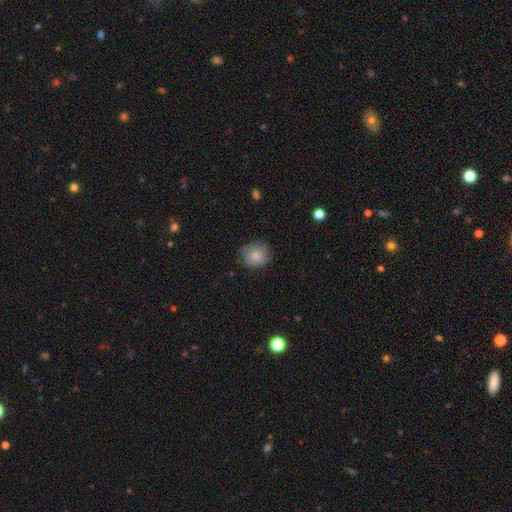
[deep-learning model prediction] A smooth galaxy with no disk features (83%) that is round (80%). Merging: none (74%).